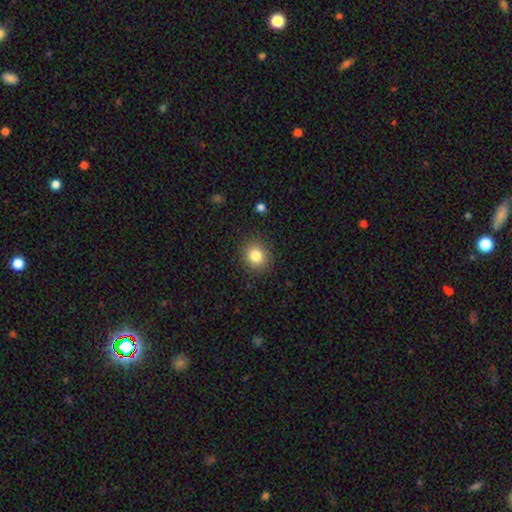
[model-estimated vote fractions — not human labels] This appears to be a smooth galaxy with no disk features (82%) that is round (79%). Merging: none (89%).